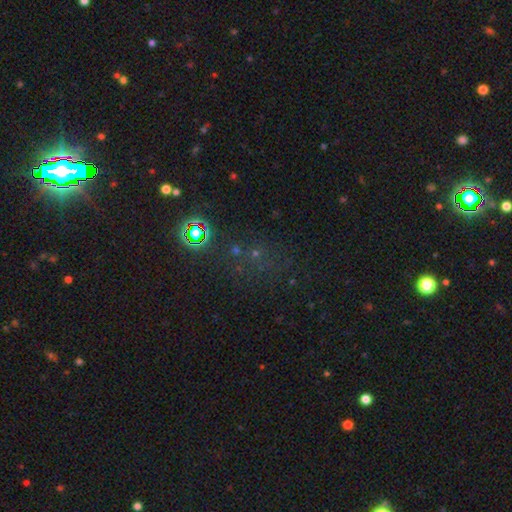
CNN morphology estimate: A star or artifact, not a galaxy (59%).

Vote fractions:
- Smooth or featured? star or artifact: 59% / smooth: 29% / featured or disk: 12%